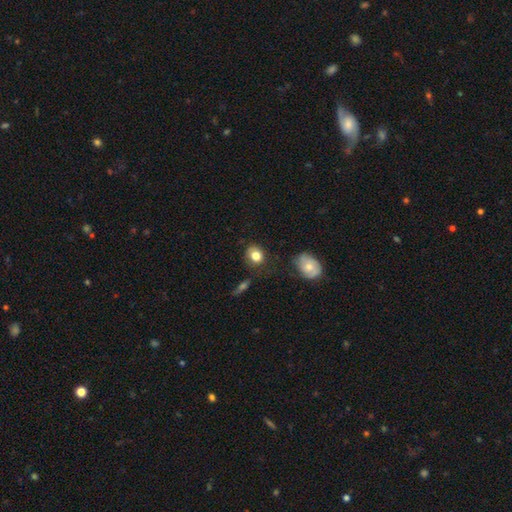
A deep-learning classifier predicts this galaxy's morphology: type=smooth (82%); roundness=round (66%); merging=none (73%).